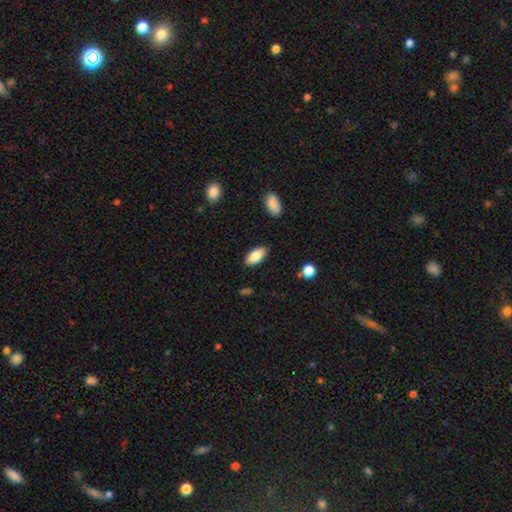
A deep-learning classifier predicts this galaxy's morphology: Q: Smooth or featured?
A: smooth (83%); runner-up: featured or disk (10%)
Q: How rounded?
A: in between (89%); runner-up: cigar-shaped (9%)
Q: Merging?
A: none (85%); runner-up: minor disturbance (11%)